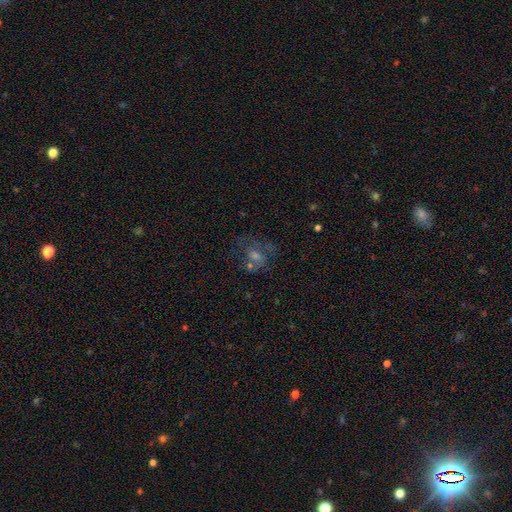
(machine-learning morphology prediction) featured or disk 48%, star or artifact 27%, smooth 26%. Down the decision tree: merging — none (52%).